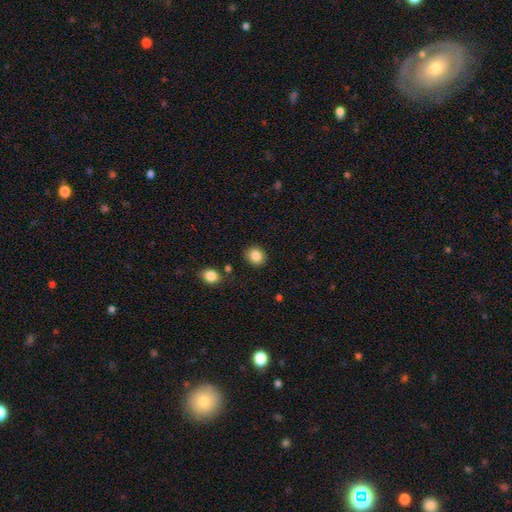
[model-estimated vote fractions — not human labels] A smooth galaxy with no disk features (85%) that is round (72%).

Vote fractions:
- Smooth or featured? smooth: 85% / star or artifact: 9% / featured or disk: 5%
- How rounded? round: 72% / in between: 27% / cigar-shaped: 1%
- Merging? none: 87% / minor disturbance: 8% / merger: 3% / major disturbance: 2%